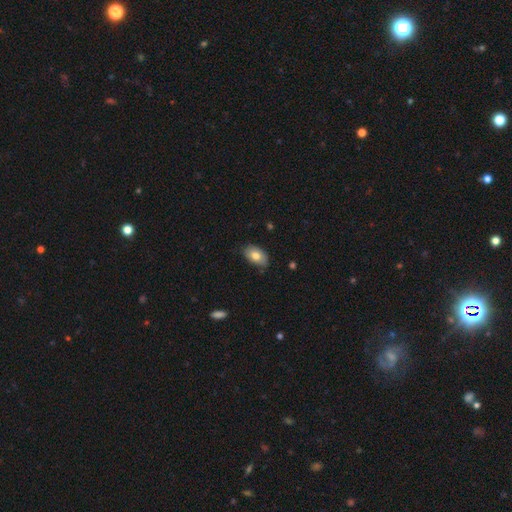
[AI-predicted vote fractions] Morphology: type=smooth (78%); roundness=in between (91%); merging=none (76%).